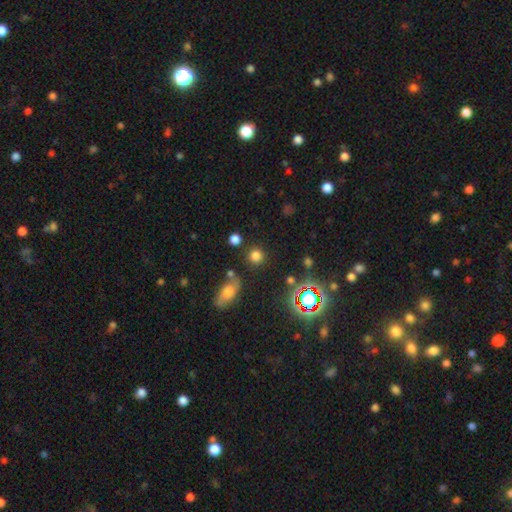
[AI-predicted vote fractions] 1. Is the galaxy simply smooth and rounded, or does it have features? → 75% smooth, 18% star or artifact, 7% featured or disk.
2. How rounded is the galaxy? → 89% round, 10% in between, 2% cigar-shaped.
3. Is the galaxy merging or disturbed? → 81% none, 9% minor disturbance, 6% merger, 4% major disturbance.